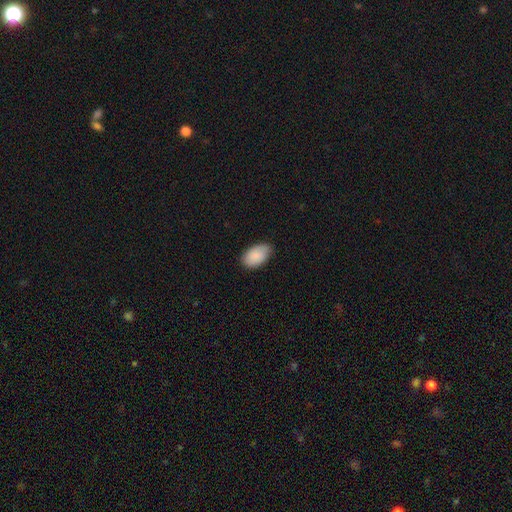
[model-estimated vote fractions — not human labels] Smooth or featured? Predicted: smooth (p=0.87). How rounded? Predicted: in between (p=0.93). Merging? Predicted: none (p=0.75).